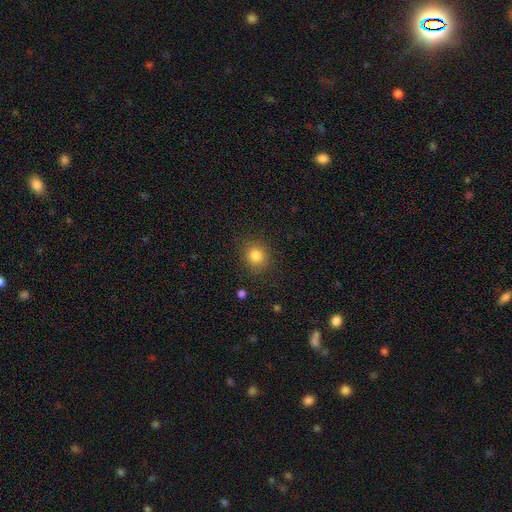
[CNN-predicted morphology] type=smooth (83%); roundness=round (80%); merging=none (86%).